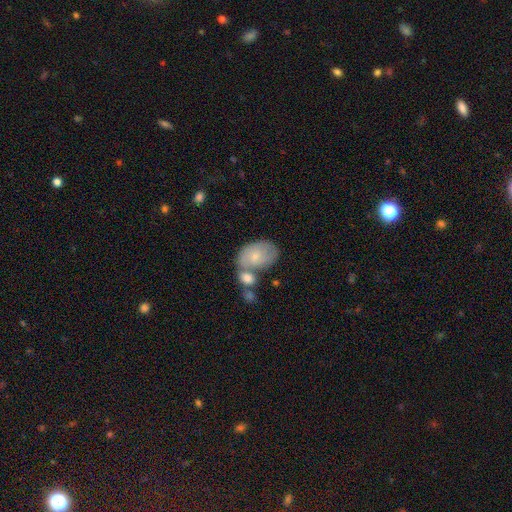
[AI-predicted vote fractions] The model was most divided on "merging": merger: 40%, none: 36%, minor disturbance: 17%, major disturbance: 7%. More confident: how rounded — in between (85%); smooth or featured — smooth (62%).